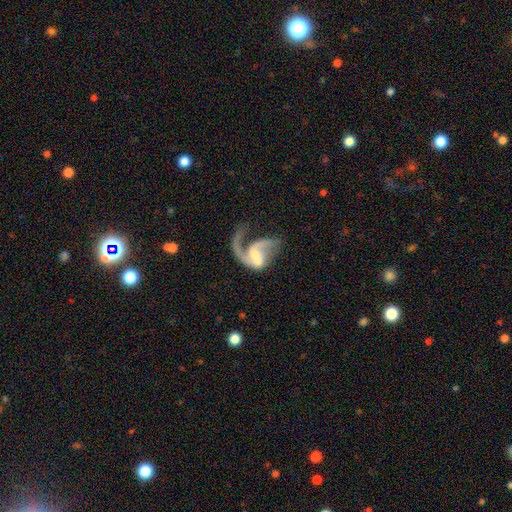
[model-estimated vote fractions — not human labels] This appears to be a featured or disk galaxy (85%) with no bar (43%, tied with weak), 2 (57%) loose (61%) spiral arms (92%) and a small central bulge (47%). Merging: major disturbance (36%).